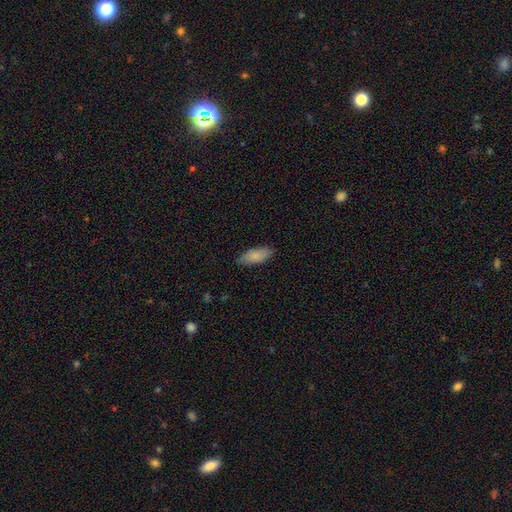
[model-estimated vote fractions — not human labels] smooth 82%, featured or disk 12%, star or artifact 6%. Down the decision tree: how rounded — in between (82%); merging — none (84%).